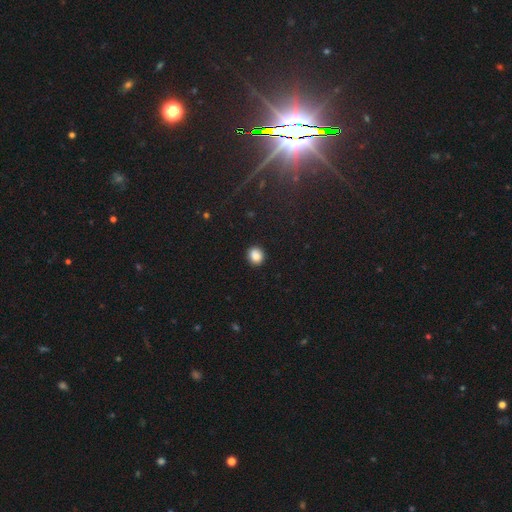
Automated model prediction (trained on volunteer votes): smooth 86%, star or artifact 9%, featured or disk 5%. Down the decision tree: how rounded — round (77%); merging — none (90%).